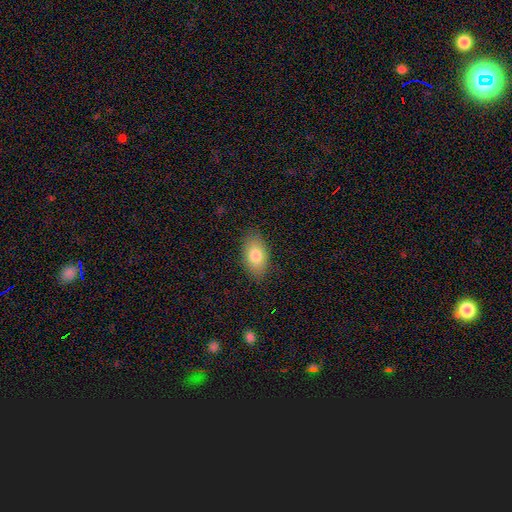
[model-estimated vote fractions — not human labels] smooth 81%, featured or disk 11%, star or artifact 7%. Down the decision tree: how rounded — in between (91%); merging — none (84%).